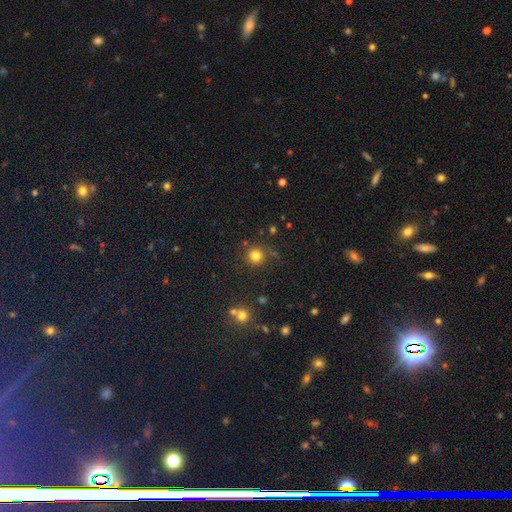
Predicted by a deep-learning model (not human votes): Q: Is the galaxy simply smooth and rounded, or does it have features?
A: smooth — 80%.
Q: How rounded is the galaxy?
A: round — 94%.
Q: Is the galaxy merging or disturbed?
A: none — 82%.